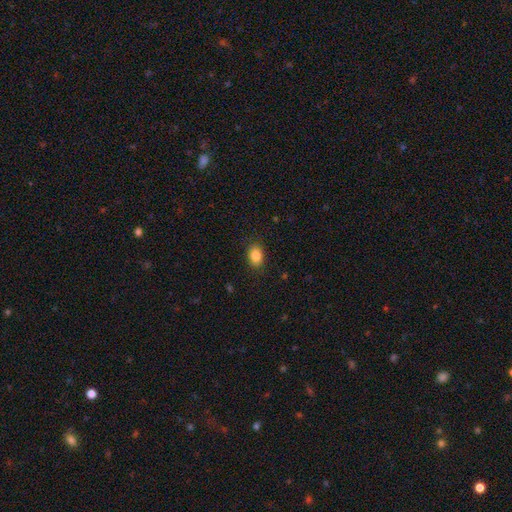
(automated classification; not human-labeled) Smooth or featured? Predicted: smooth (p=0.86). How rounded? Predicted: in between (p=0.77). Merging? Predicted: none (p=0.88).